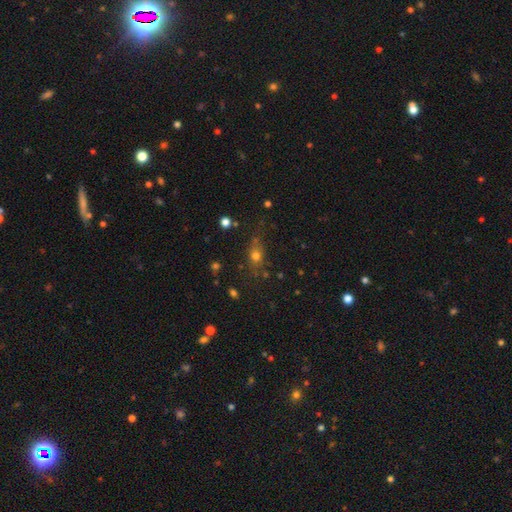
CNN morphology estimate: Q: Smooth or featured?
A: smooth (68%); runner-up: star or artifact (19%)
Q: How rounded?
A: round (50%); runner-up: in between (44%)
Q: Merging?
A: none (65%); runner-up: minor disturbance (19%)